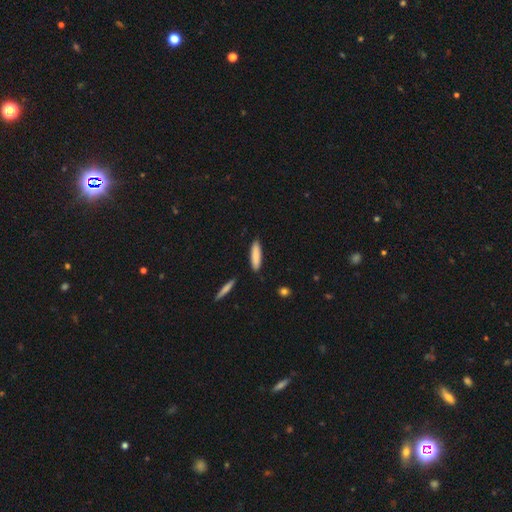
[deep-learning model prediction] The model was most divided on "how rounded": cigar-shaped: 71%, in between: 28%, round: 1%. More confident: merging — none (88%); smooth or featured — smooth (86%).